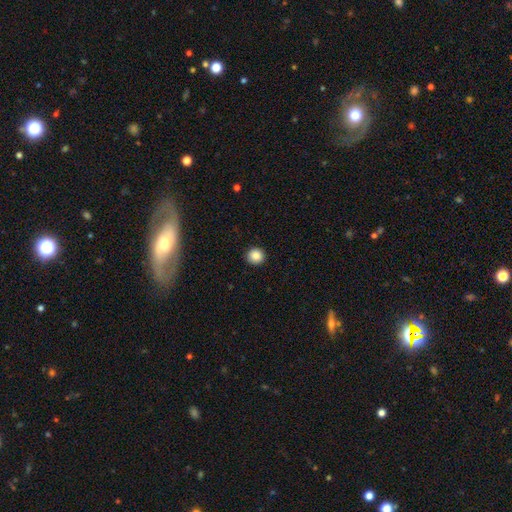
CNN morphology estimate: This appears to be a smooth galaxy with no disk features (86%) that is round (94%). Merging: none (93%).